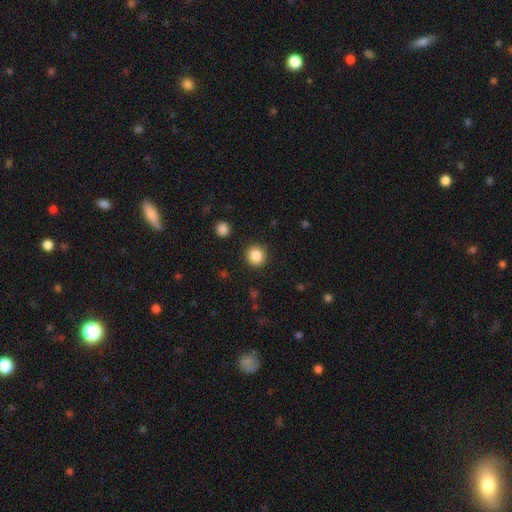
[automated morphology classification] A smooth galaxy with no disk features (85%) that is round (93%).

Vote fractions:
- Smooth or featured? smooth: 85% / star or artifact: 10% / featured or disk: 5%
- How rounded? round: 93% / in between: 7% / cigar-shaped: 1%
- Merging? none: 91% / minor disturbance: 5% / major disturbance: 2% / merger: 1%